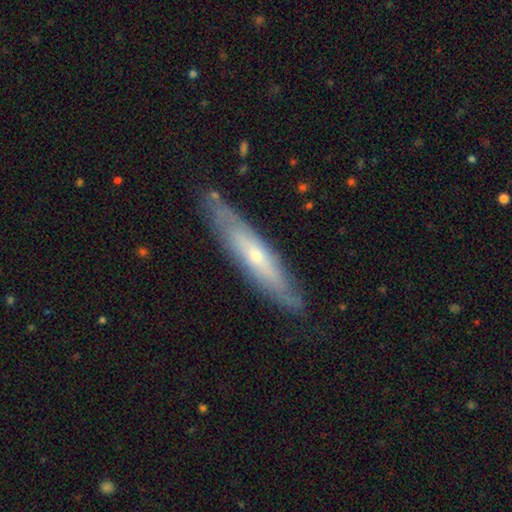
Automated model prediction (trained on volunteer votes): Smooth or featured? featured or disk (64%)
Edge-on disk? yes (63%)
Merging? none (83%)